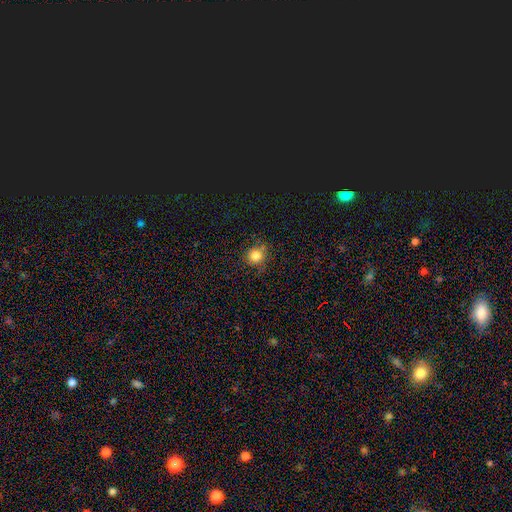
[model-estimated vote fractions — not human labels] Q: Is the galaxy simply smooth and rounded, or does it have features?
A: smooth — 82%.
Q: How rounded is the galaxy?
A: round — 89%.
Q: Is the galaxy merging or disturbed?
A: none — 77%.